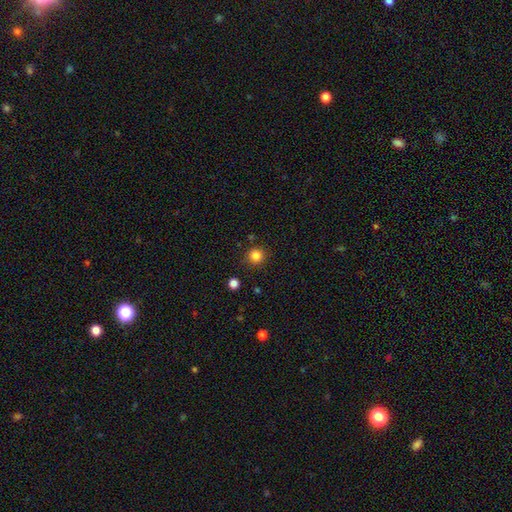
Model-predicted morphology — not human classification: type=smooth (84%); roundness=round (94%); merging=none (88%).